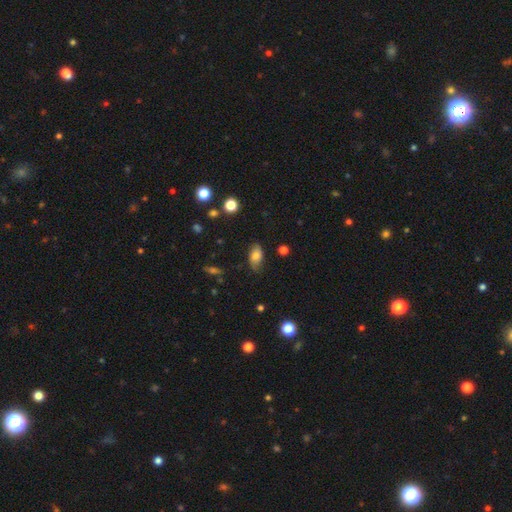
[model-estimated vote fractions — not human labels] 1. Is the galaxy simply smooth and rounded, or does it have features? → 71% smooth, 18% featured or disk, 10% star or artifact.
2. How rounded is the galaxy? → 89% in between, 8% round, 3% cigar-shaped.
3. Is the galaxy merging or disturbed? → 64% none, 27% minor disturbance, 7% major disturbance, 2% merger.